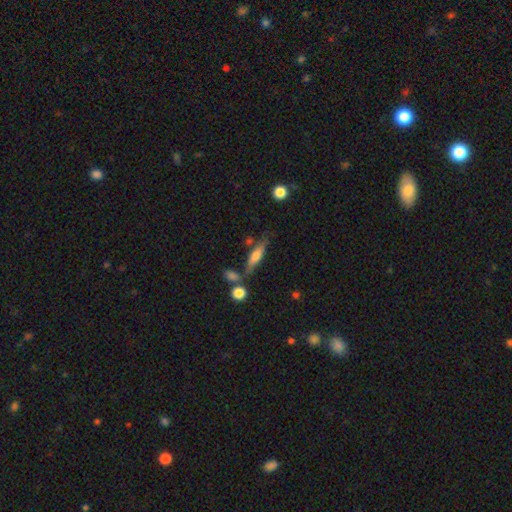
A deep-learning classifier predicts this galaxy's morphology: This appears to be a smooth galaxy with no disk features (51%) that is cigar-shaped (70%). Merging: none (68%).